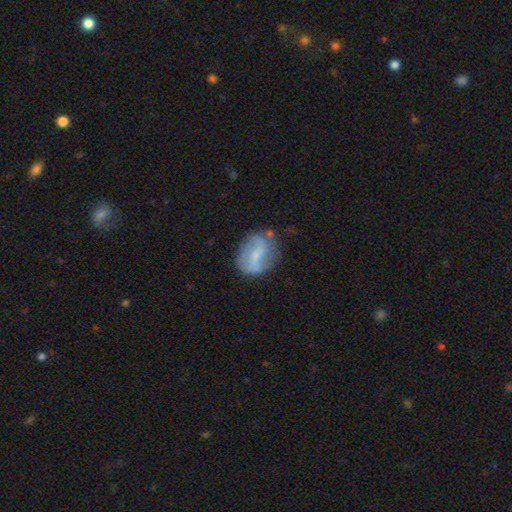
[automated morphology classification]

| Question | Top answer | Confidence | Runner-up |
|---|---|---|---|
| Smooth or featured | featured or disk | 63% | smooth (29%) |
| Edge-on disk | no | 96% | yes (4%) |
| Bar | weak | 46% | strong (33%) |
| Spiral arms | yes | 74% | no (26%) |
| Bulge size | small | 41% | none (29%) |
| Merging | none | 61% | minor disturbance (24%) |